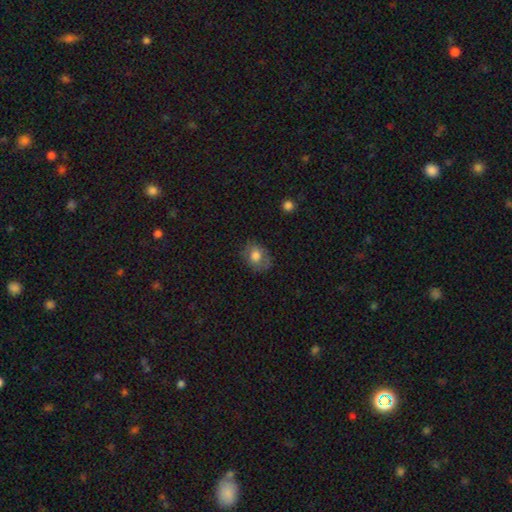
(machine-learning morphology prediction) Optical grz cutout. It shows a smooth galaxy with no disk features (70%) that is in between round and cigar-shaped (57%). Merging: none (68%).